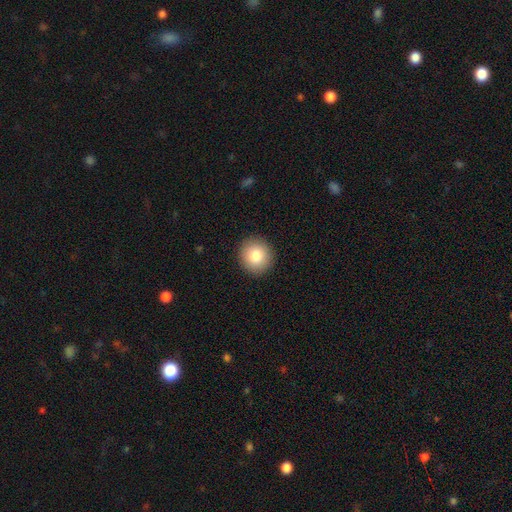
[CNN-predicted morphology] A smooth galaxy with no disk features (82%) that is round (90%).

Vote fractions:
- Smooth or featured? smooth: 82% / featured or disk: 9% / star or artifact: 9%
- How rounded? round: 90% / in between: 9% / cigar-shaped: 1%
- Merging? none: 92% / minor disturbance: 5% / major disturbance: 2% / merger: 1%